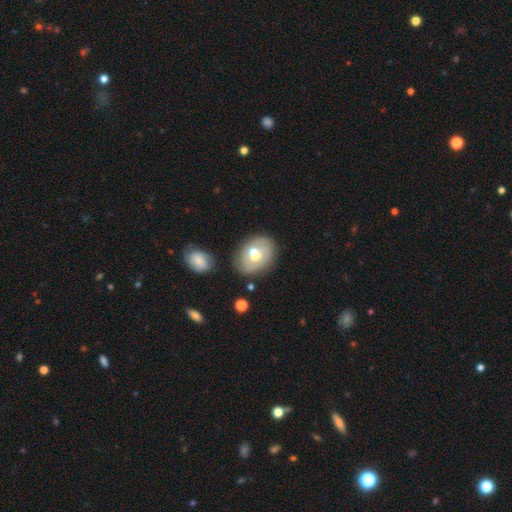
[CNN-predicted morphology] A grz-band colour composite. It shows a featured or disk galaxy (46%, tied with smooth). Merging: none (64%).